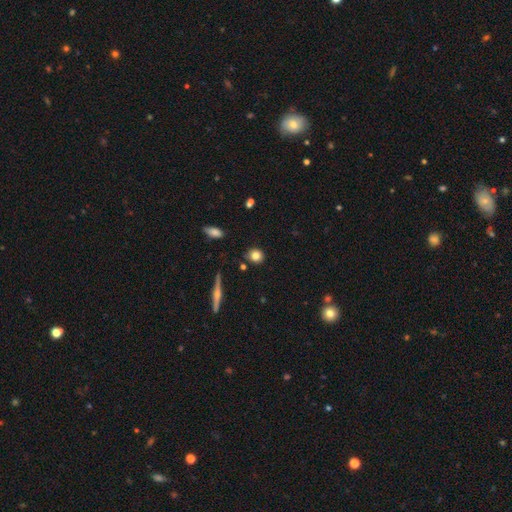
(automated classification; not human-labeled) smooth_or_featured: smooth (p=0.79) [alt: featured or disk p=0.11]
how_rounded: round (p=0.82) [alt: in between p=0.16]
merging: none (p=0.86) [alt: minor disturbance p=0.10]